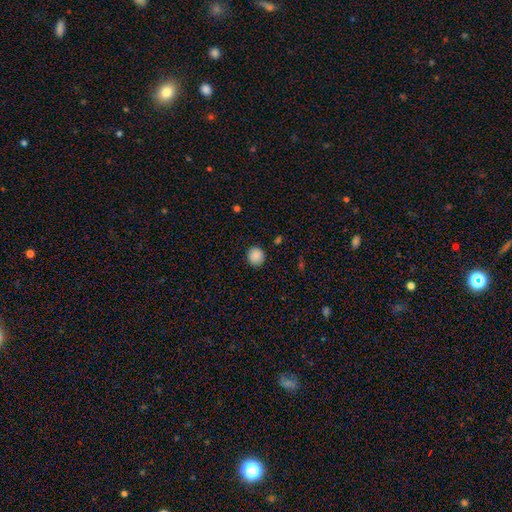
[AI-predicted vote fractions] Q: Smooth or featured?
A: smooth (88%); runner-up: star or artifact (9%)
Q: How rounded?
A: round (90%); runner-up: in between (9%)
Q: Merging?
A: none (90%); runner-up: minor disturbance (6%)